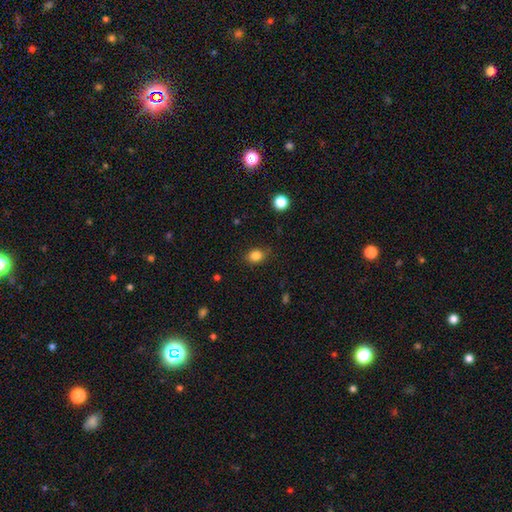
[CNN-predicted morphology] A smooth galaxy with no disk features (84%) that is in between round and cigar-shaped (52%). Merging: none (82%).